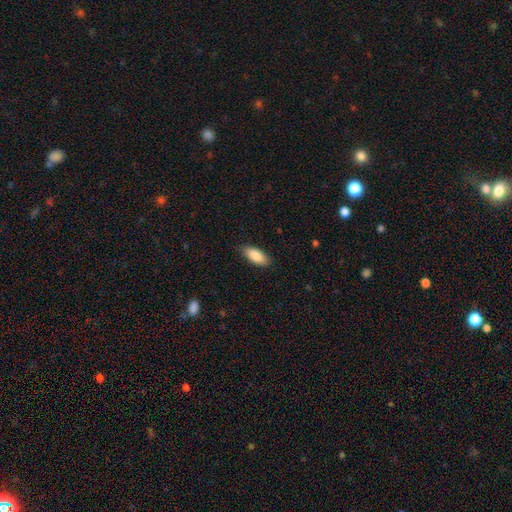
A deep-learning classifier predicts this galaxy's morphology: Q: Smooth or featured?
A: smooth (87%); runner-up: featured or disk (7%)
Q: How rounded?
A: in between (85%); runner-up: cigar-shaped (13%)
Q: Merging?
A: none (84%); runner-up: minor disturbance (13%)